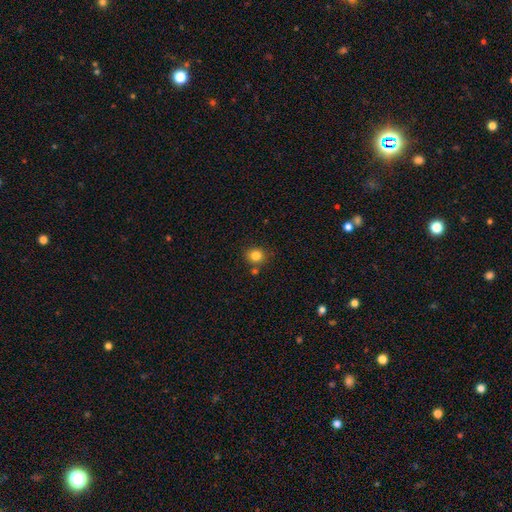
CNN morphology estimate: Q: Smooth or featured?
A: smooth (83%); runner-up: star or artifact (12%)
Q: How rounded?
A: round (80%); runner-up: in between (19%)
Q: Merging?
A: none (76%); runner-up: merger (11%)